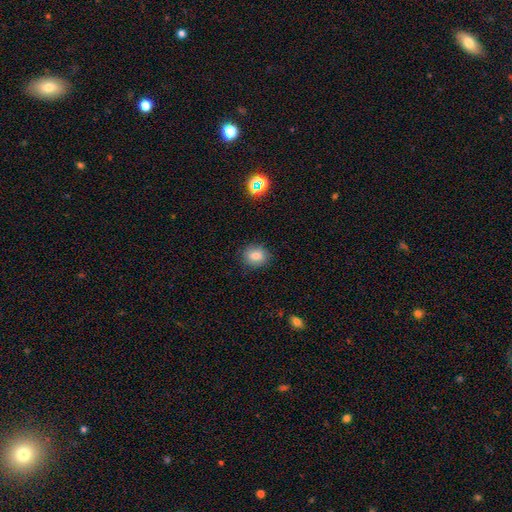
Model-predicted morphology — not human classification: smooth-or-featured: smooth: 81% | star or artifact: 11% | featured or disk: 7%
  how-rounded: round: 66% | in between: 33% | cigar-shaped: 1%
  merging: none: 87% | minor disturbance: 10% | major disturbance: 3% | merger: 1%